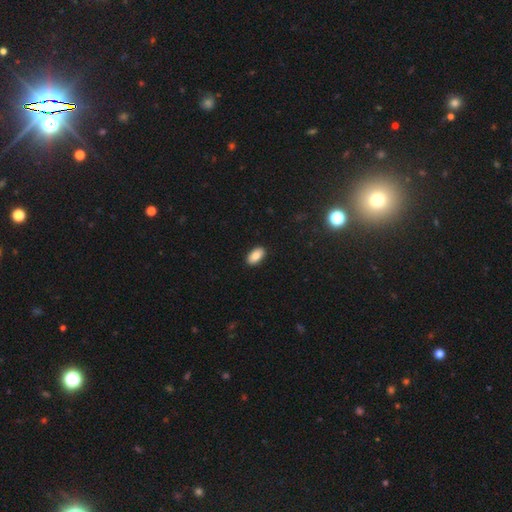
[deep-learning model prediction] A smooth galaxy with no disk features (85%) that is in between round and cigar-shaped (93%).

Vote fractions:
- Smooth or featured? smooth: 85% / star or artifact: 7% / featured or disk: 7%
- How rounded? in between: 93% / round: 5% / cigar-shaped: 2%
- Merging? none: 90% / minor disturbance: 7% / major disturbance: 2% / merger: 1%